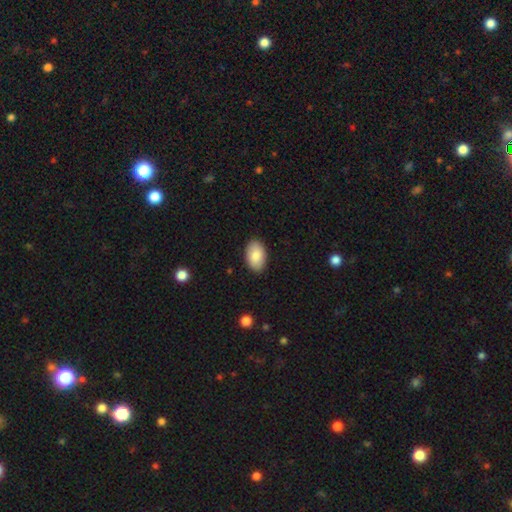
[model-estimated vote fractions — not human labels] Morphology: type=smooth (86%); roundness=in between (94%); merging=none (89%).